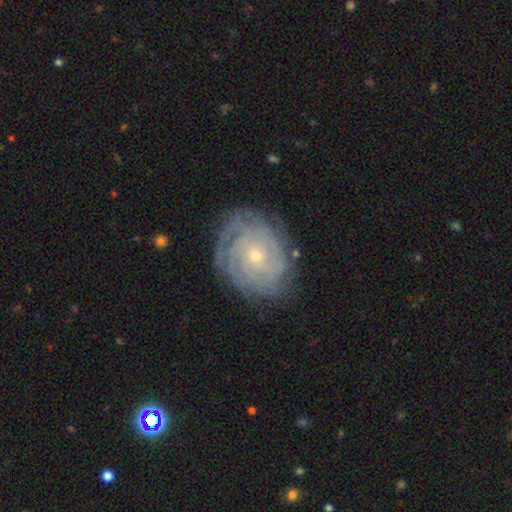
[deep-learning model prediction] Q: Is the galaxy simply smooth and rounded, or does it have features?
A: featured or disk — 84%.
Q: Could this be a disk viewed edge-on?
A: no — 97%.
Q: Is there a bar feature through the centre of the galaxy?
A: no — 78%.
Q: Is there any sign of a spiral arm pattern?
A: yes — 96%.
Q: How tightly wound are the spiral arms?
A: tight — 83%.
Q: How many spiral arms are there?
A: can't tell — 34%.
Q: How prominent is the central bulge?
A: small — 71%.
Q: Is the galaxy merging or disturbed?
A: none — 78%.